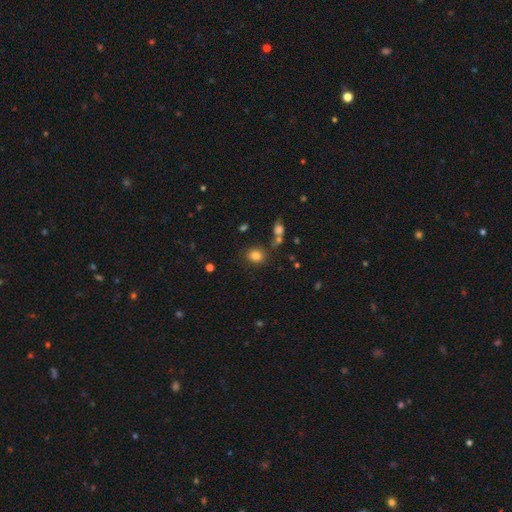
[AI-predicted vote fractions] This is clearly a smooth galaxy (83%). How rounded: possibly round (60%). Merging: likely none (78%).